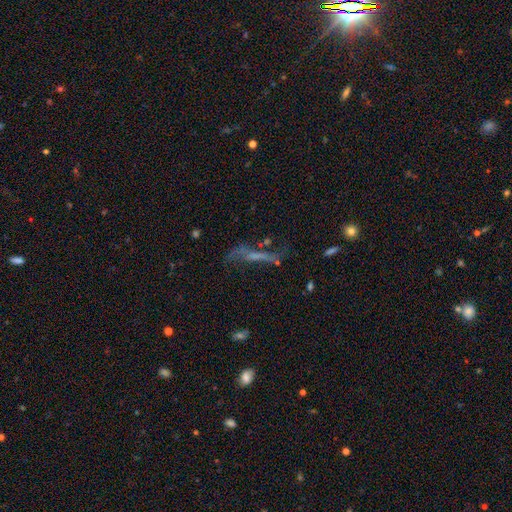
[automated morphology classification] Q: Smooth or featured?
A: featured or disk (48%); runner-up: smooth (30%)
Q: Merging?
A: none (45%); runner-up: major disturbance (27%)